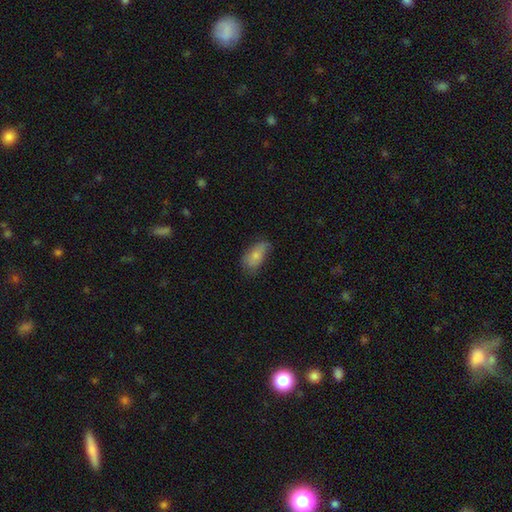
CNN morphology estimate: A smooth galaxy with no disk features (75%) that is in between round and cigar-shaped (91%).

Vote fractions:
- Smooth or featured? smooth: 75% / featured or disk: 18% / star or artifact: 7%
- How rounded? in between: 91% / round: 5% / cigar-shaped: 5%
- Merging? none: 54% / minor disturbance: 34% / major disturbance: 10% / merger: 2%